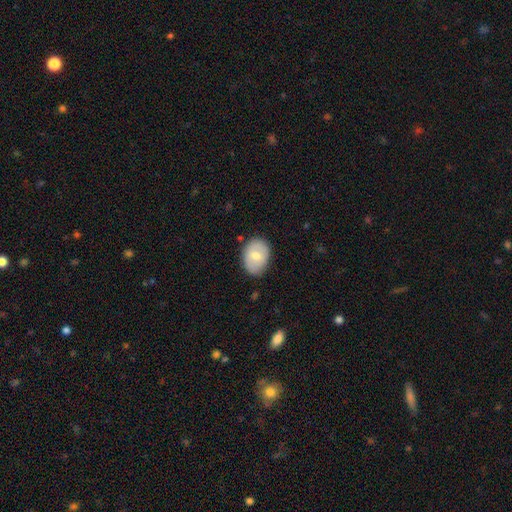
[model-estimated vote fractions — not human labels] This is likely a smooth galaxy (65%). How rounded: likely in between (69%). Merging: likely none (76%).